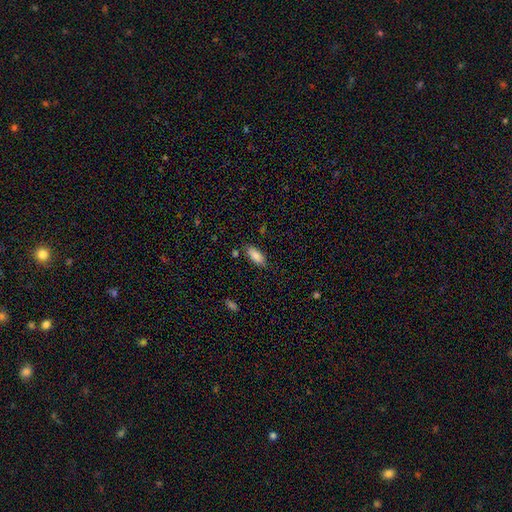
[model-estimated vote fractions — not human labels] This appears to be a smooth galaxy with no disk features (85%) that is in between round and cigar-shaped (83%). Merging: none (80%).